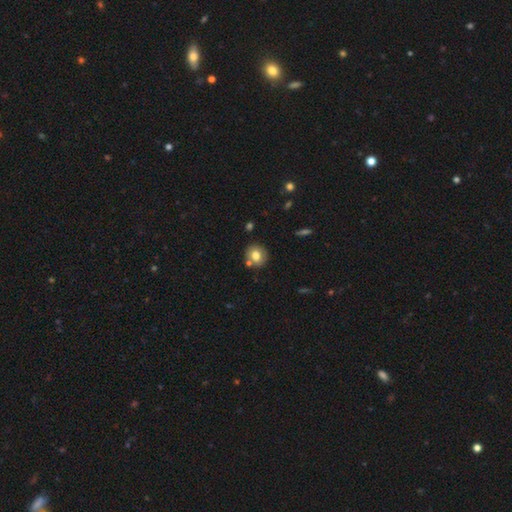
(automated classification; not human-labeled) Overall: smooth (75%). How rounded: round (73%). Merging: none (76%).